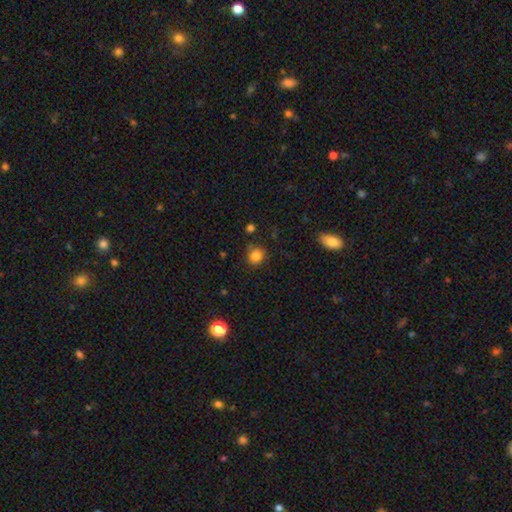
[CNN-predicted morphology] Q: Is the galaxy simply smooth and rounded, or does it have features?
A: smooth — 82%.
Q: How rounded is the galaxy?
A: round — 88%.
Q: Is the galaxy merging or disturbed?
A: none — 83%.